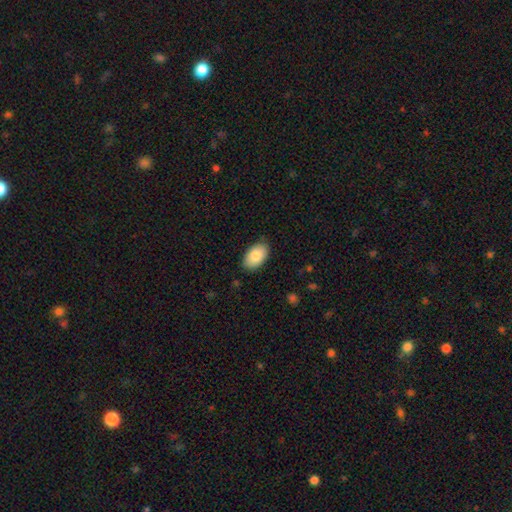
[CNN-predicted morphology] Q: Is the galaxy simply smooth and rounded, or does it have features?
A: smooth — 84%.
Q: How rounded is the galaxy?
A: in between — 94%.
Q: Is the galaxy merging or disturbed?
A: none — 84%.